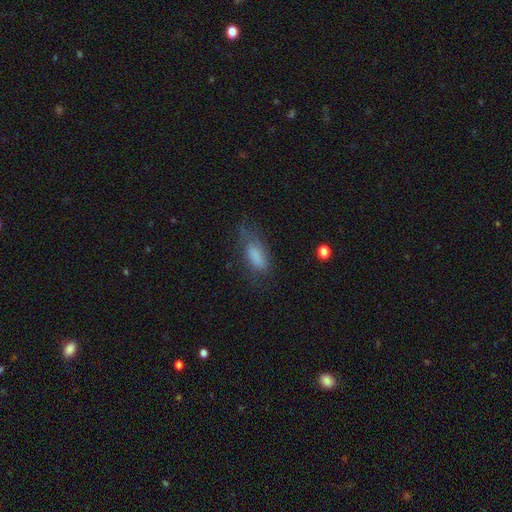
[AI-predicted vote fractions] The model was most divided on "merging": none: 47%, minor disturbance: 30%, major disturbance: 21%, merger: 2%. More confident: how rounded — in between (75%); smooth or featured — smooth (72%).